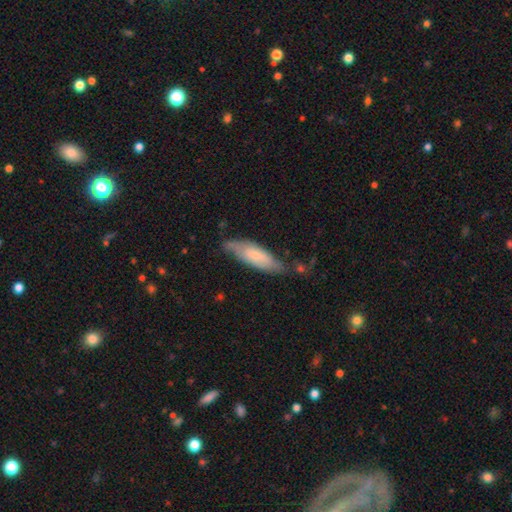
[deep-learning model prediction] Smooth or featured? smooth (59%)
How rounded? in between (52%)
Merging? none (55%)